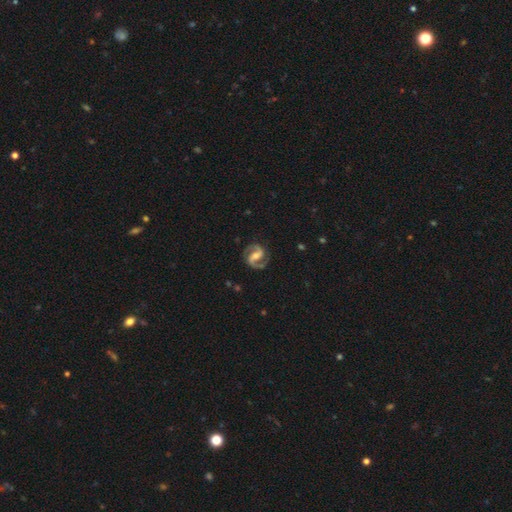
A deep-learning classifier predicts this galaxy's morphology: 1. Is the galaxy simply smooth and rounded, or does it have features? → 93% featured or disk, 4% star or artifact, 4% smooth.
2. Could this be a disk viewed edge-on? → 98% no, 2% yes.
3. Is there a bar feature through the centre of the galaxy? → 42% weak, 39% strong, 19% no.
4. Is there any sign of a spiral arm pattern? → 98% yes, 2% no.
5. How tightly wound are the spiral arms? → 63% medium, 22% tight, 15% loose.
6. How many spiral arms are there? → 94% 2, 1% can't tell, 1% 1, 1% 3, 1% 4, 1% more than 4.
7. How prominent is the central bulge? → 53% moderate, 35% small, 5% none, 5% large, 1% dominant.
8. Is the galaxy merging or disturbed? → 85% none, 10% minor disturbance, 4% major disturbance, 1% merger.